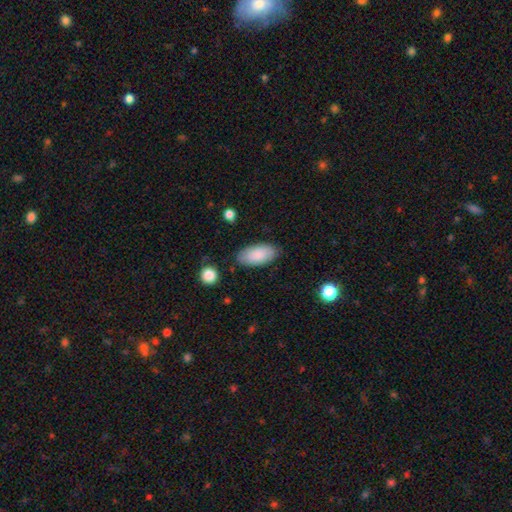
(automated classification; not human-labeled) Smooth or featured?
  - smooth: 87% *
  - featured or disk: 7%
  - star or artifact: 6%
How rounded?
  - in between: 93% *
  - cigar-shaped: 5%
  - round: 2%
Merging?
  - none: 83% *
  - minor disturbance: 12%
  - major disturbance: 3%
  - merger: 2%